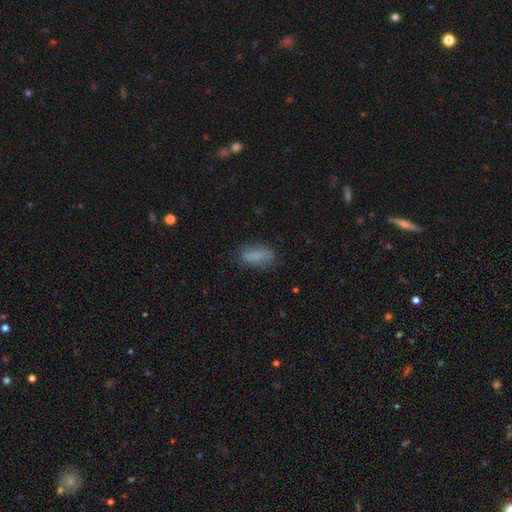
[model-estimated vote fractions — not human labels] This appears to be a smooth galaxy with no disk features (78%) that is in between round and cigar-shaped (82%). Merging: none (65%).